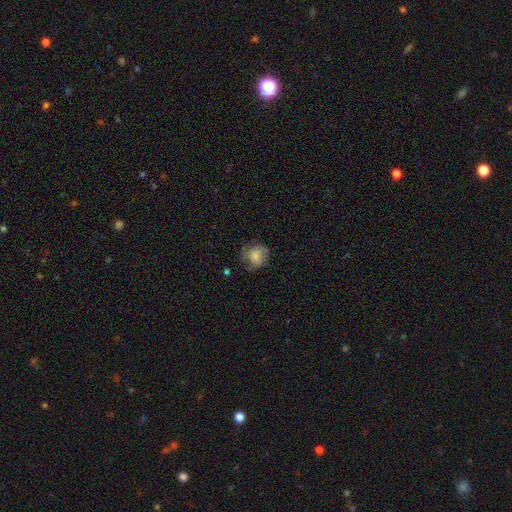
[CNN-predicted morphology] Overall: smooth (69%). How rounded: round (77%). Merging: none (59%; minor disturbance 25%).